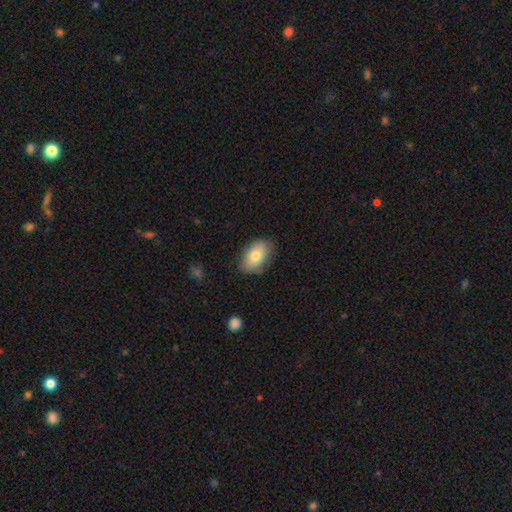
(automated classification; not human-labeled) This appears to be a smooth galaxy with no disk features (77%) that is in between round and cigar-shaped (90%). Merging: none (80%).